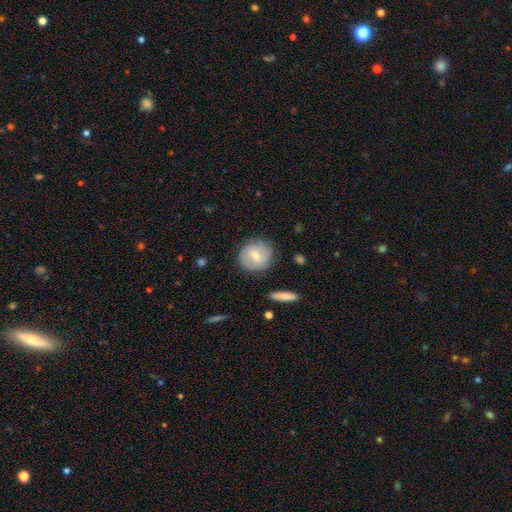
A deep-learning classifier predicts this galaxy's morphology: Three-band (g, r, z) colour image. It shows a smooth galaxy with no disk features (56%) that is round (89%). Merging: none (81%).